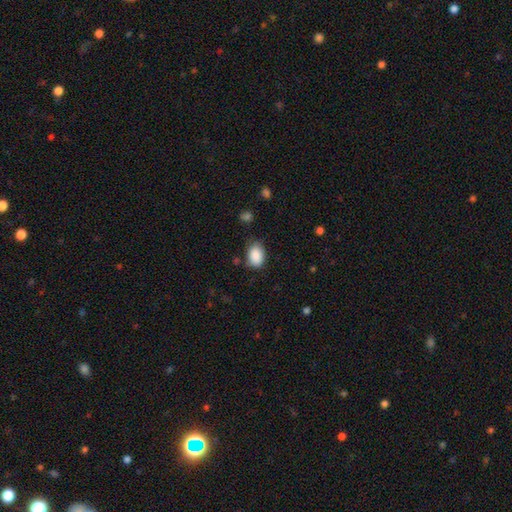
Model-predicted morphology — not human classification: smooth 89%, star or artifact 8%, featured or disk 3%. Down the decision tree: how rounded — in between (81%); merging — none (75%).